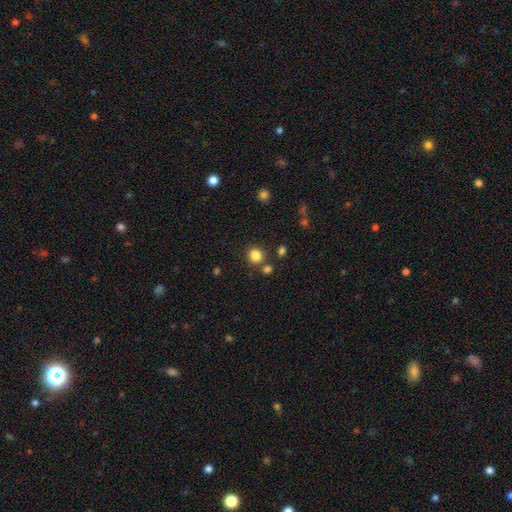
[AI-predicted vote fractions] A smooth galaxy with no disk features (83%) that is round (87%). Merging: none (79%).